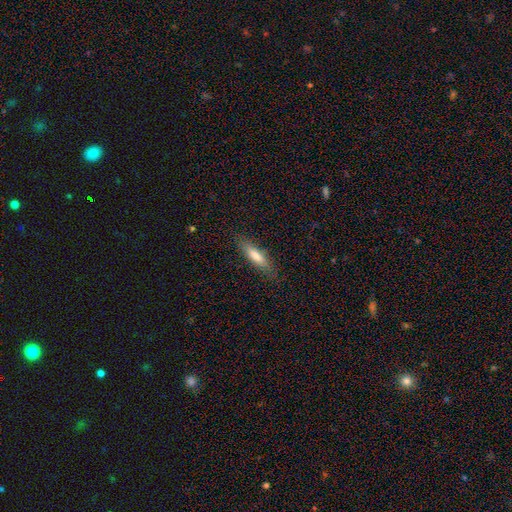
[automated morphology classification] smooth-or-featured: smooth: 71% | featured or disk: 23% | star or artifact: 6%
  how-rounded: cigar-shaped: 73% | in between: 26% | round: 2%
  merging: none: 85% | minor disturbance: 12% | major disturbance: 3% | merger: 1%